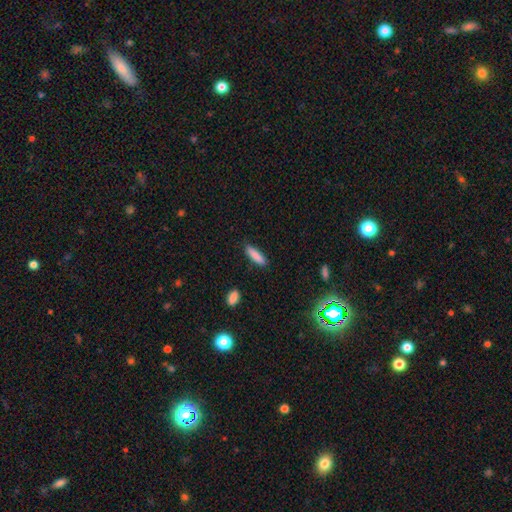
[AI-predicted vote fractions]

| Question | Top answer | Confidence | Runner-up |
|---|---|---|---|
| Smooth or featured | smooth | 85% | featured or disk (8%) |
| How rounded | cigar-shaped | 73% | in between (25%) |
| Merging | none | 87% | minor disturbance (9%) |